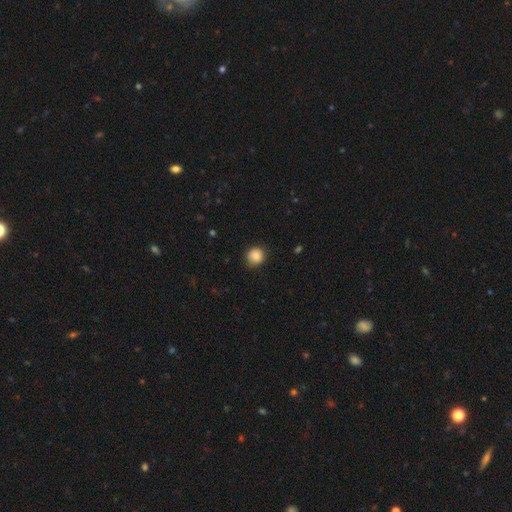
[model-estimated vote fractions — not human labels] A smooth galaxy with no disk features (83%) that is round (91%).

Vote fractions:
- Smooth or featured? smooth: 83% / star or artifact: 9% / featured or disk: 7%
- How rounded? round: 91% / in between: 8% / cigar-shaped: 1%
- Merging? none: 86% / minor disturbance: 10% / major disturbance: 2% / merger: 1%